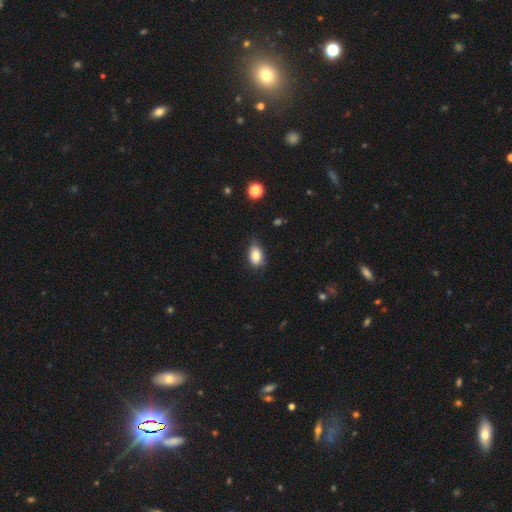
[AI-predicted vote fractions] Overall: smooth (83%). How rounded: in between (86%). Merging: none (71%).